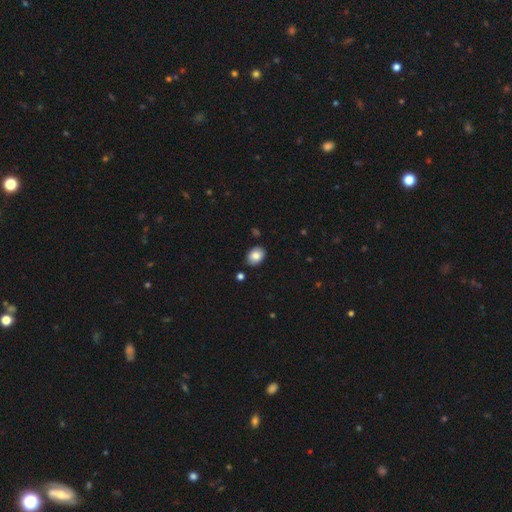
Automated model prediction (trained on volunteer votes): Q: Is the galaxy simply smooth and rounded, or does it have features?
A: smooth — 84%.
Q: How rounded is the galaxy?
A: in between — 72%.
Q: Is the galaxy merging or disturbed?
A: none — 87%.